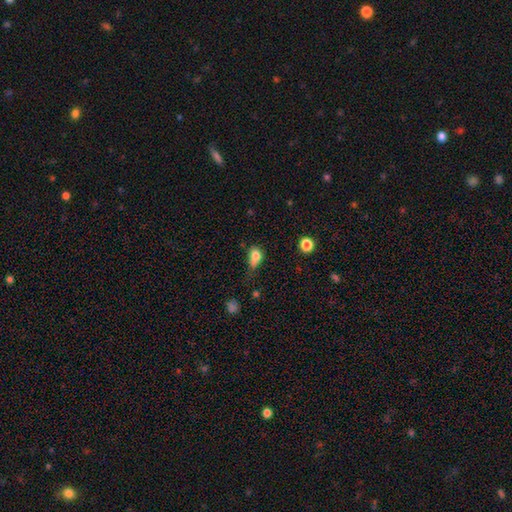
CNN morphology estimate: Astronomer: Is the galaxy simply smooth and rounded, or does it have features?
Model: smooth — 77%.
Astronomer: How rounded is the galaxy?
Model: in between — 63%.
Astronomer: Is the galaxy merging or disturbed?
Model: minor disturbance — 37% (runner-up: none, 30%).